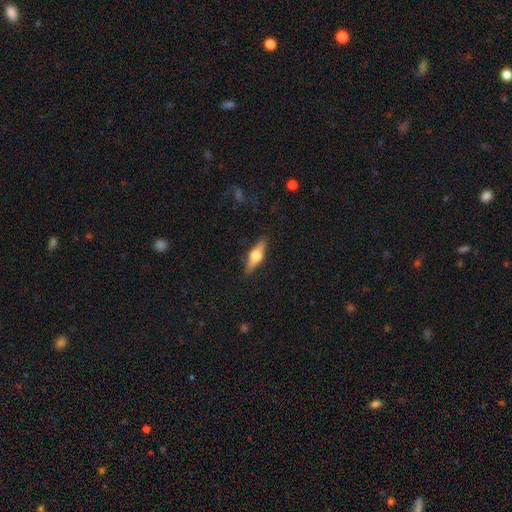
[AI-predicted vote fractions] featured or disk 56%, smooth 38%, star or artifact 6%. Down the decision tree: edge-on disk — yes (94%); edge-on bulge — rounded (95%); merging — none (88%).